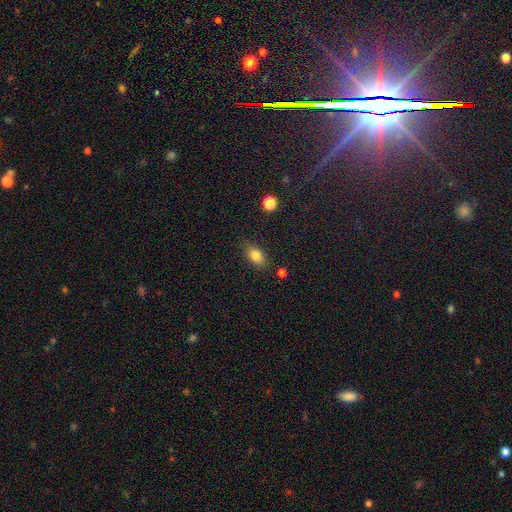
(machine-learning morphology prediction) Smooth or featured: smooth — 82% (star or artifact — 10%)
How rounded: in between — 81% (round — 16%)
Merging: none — 82% (minor disturbance — 13%)